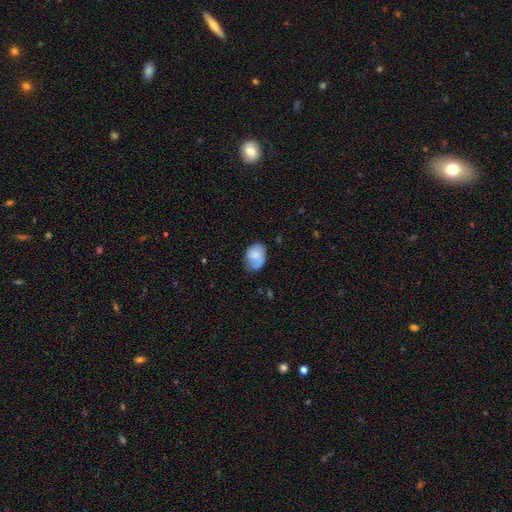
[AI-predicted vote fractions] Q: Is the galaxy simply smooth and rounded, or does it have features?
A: smooth — 70%.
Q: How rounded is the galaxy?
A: in between — 71%.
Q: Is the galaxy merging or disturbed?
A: none — 48%.